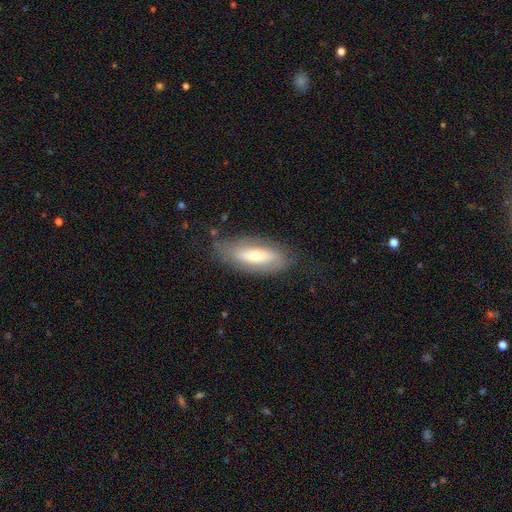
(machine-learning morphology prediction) Smooth or featured? featured or disk (48%)
Merging? none (71%)